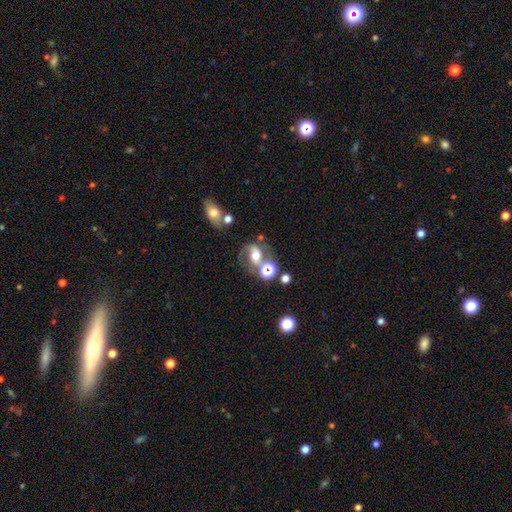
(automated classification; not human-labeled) Q: Smooth or featured?
A: featured or disk (50%); runner-up: smooth (36%)
Q: Merging?
A: none (45%); runner-up: merger (24%)